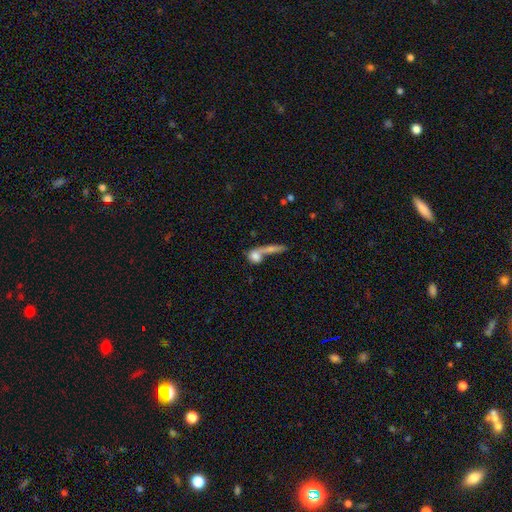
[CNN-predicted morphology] smooth-or-featured: smooth: 71% | featured or disk: 20% | star or artifact: 10%
  how-rounded: round: 42% | in between: 34% | cigar-shaped: 23%
  merging: merger: 49% | none: 31% | major disturbance: 10% | minor disturbance: 9%